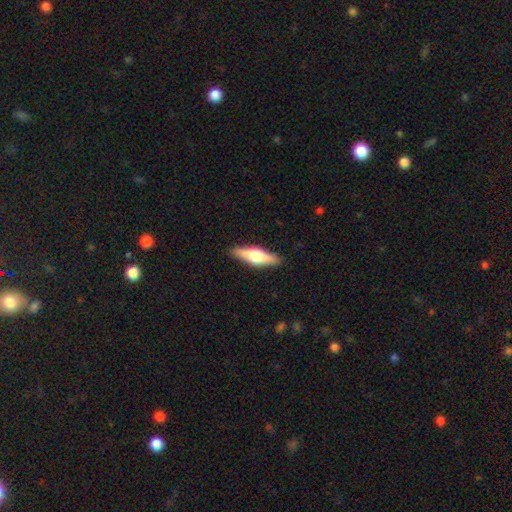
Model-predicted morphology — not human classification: Smooth or featured?
  - featured or disk: 52% *
  - smooth: 43%
  - star or artifact: 6%
Edge-on disk?
  - yes: 94% *
  - no: 6%
Merging?
  - none: 90% *
  - minor disturbance: 8%
  - major disturbance: 2%
  - merger: 1%